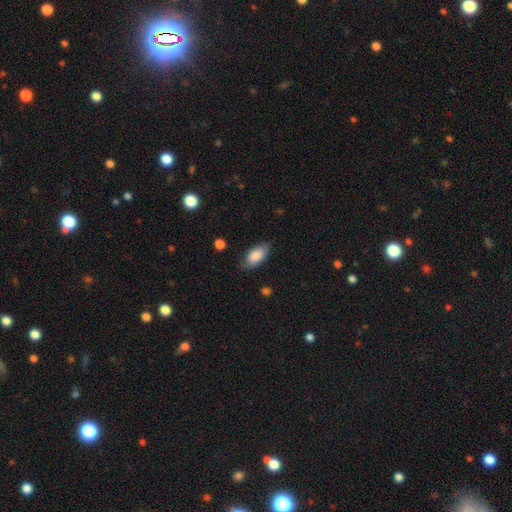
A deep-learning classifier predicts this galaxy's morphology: smooth-or-featured: smooth: 85% | featured or disk: 9% | star or artifact: 6%
  how-rounded: in between: 92% | cigar-shaped: 5% | round: 3%
  merging: none: 78% | minor disturbance: 18% | major disturbance: 3% | merger: 1%